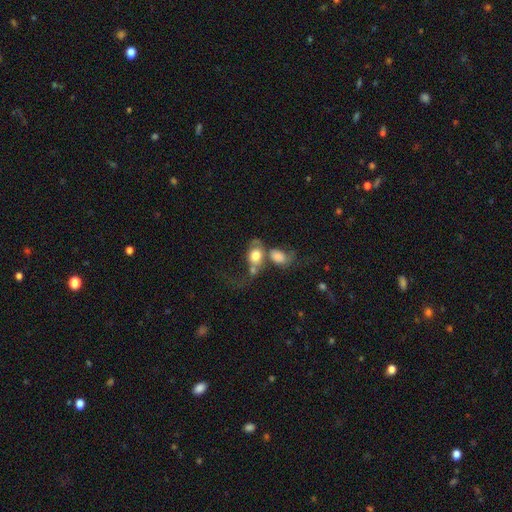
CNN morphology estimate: smooth-or-featured: smooth: 65% | featured or disk: 25% | star or artifact: 9%
  how-rounded: in between: 61% | round: 37% | cigar-shaped: 2%
  merging: merger: 63% | major disturbance: 18% | none: 12% | minor disturbance: 7%